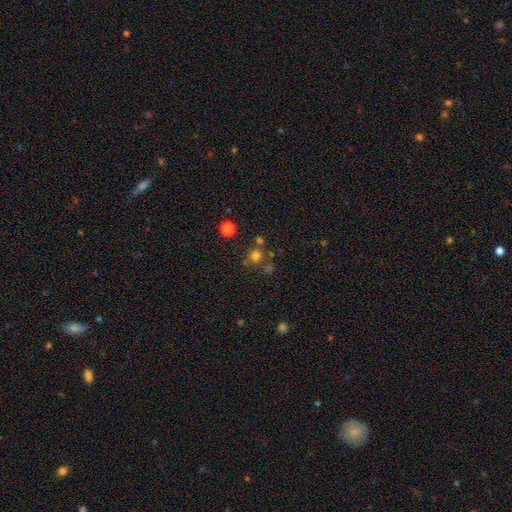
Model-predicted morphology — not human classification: type=smooth (70%); roundness=round (92%); merging=none (70%).